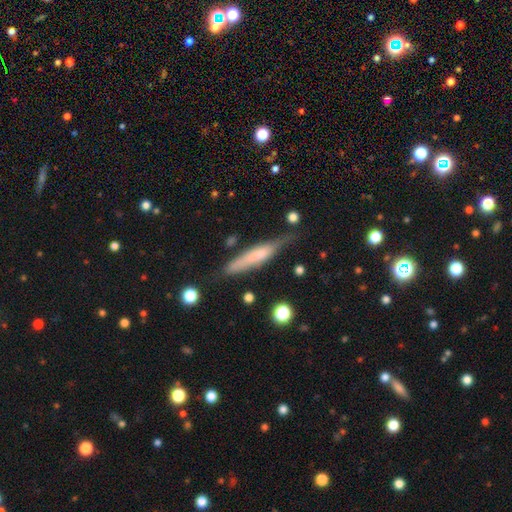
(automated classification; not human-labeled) Smooth or featured?
  - smooth: 55% *
  - featured or disk: 38%
  - star or artifact: 7%
How rounded?
  - cigar-shaped: 86% *
  - in between: 12%
  - round: 2%
Merging?
  - none: 67% *
  - minor disturbance: 23%
  - major disturbance: 6%
  - merger: 4%